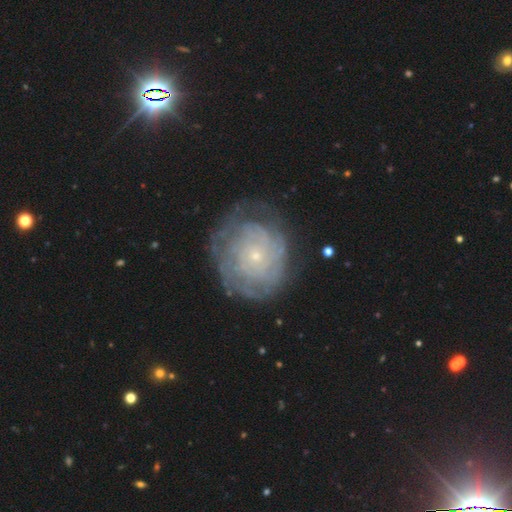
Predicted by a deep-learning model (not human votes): Smooth or featured? Predicted: featured or disk (p=0.74). Edge-on disk? Predicted: no (p=0.97). Bar? Predicted: no (p=0.85). Spiral arms? Predicted: yes (p=0.84). Spiral winding? Predicted: tight (p=0.77). Spiral arm count? Predicted: can't tell (p=0.55). Bulge size? Predicted: small (p=0.87). Merging? Predicted: none (p=0.69).